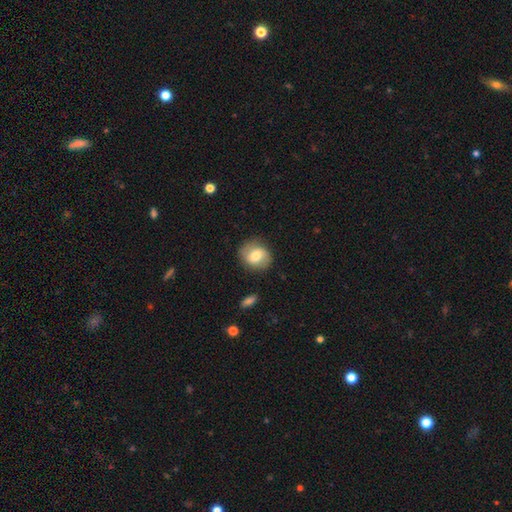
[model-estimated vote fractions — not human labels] Q: Smooth or featured?
A: smooth (66%); runner-up: featured or disk (26%)
Q: How rounded?
A: round (71%); runner-up: in between (28%)
Q: Merging?
A: none (81%); runner-up: minor disturbance (14%)